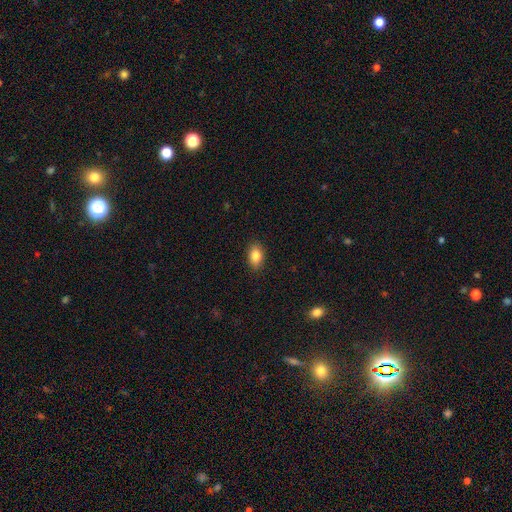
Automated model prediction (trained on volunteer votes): smooth_or_featured: smooth (p=0.85) [alt: star or artifact p=0.08]
how_rounded: in between (p=0.88) [alt: round p=0.10]
merging: none (p=0.88) [alt: minor disturbance p=0.09]